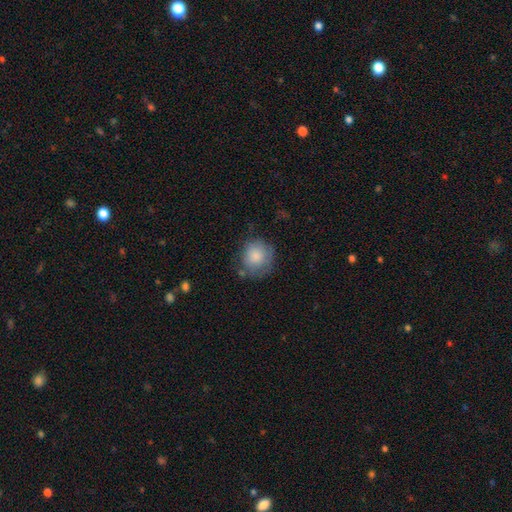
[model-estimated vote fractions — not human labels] Q: Smooth or featured?
A: smooth (83%); runner-up: featured or disk (10%)
Q: How rounded?
A: round (81%); runner-up: in between (18%)
Q: Merging?
A: none (64%); runner-up: minor disturbance (25%)